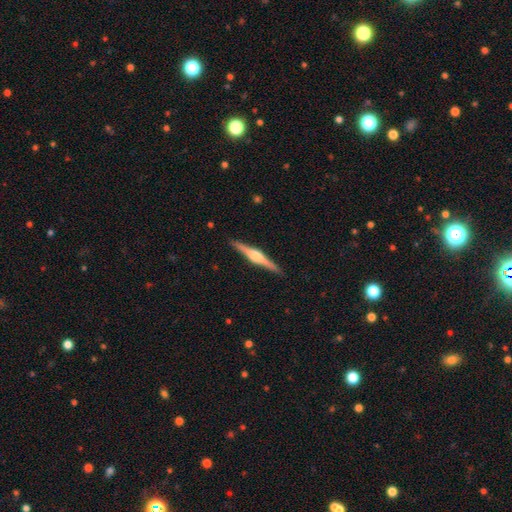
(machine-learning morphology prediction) smooth_or_featured: featured or disk (p=0.79) [alt: smooth p=0.17]
disk_edge_on: yes (p=0.98) [alt: no p=0.02]
edge_on_bulge: rounded (p=0.83) [alt: boxy p=0.13]
merging: none (p=0.92) [alt: minor disturbance p=0.06]